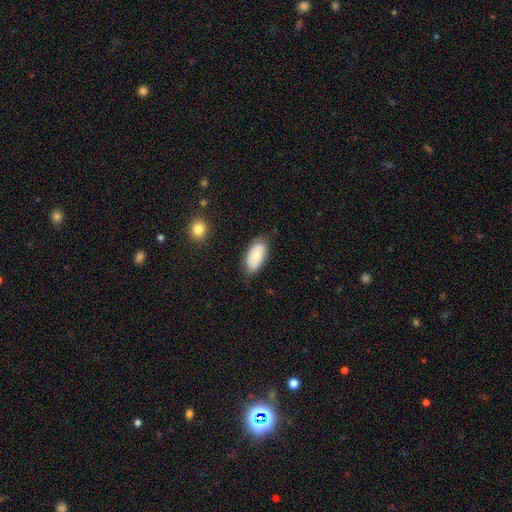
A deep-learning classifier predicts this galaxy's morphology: smooth 73%, featured or disk 20%, star or artifact 7%. Down the decision tree: how rounded — in between (94%); merging — none (75%).